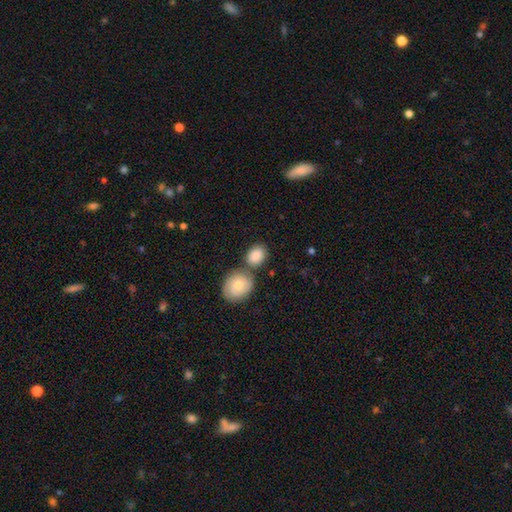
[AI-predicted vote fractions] Smooth or featured? smooth (84%)
How rounded? in between (53%)
Merging? none (53%)